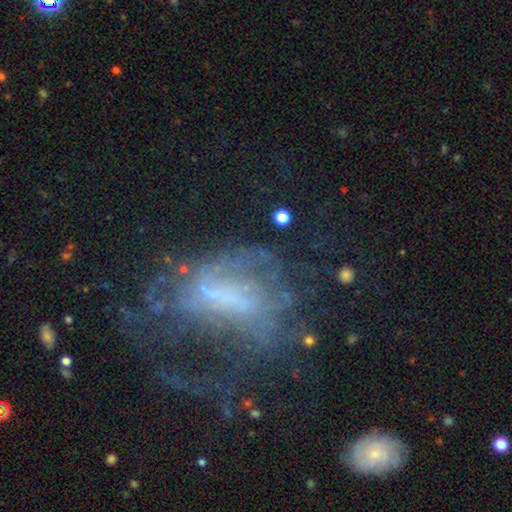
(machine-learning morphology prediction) This appears to be a featured or disk galaxy (67%) with no bar (38%), spiral arms (56%) and no central bulge (42%). Merging: major disturbance (44%).